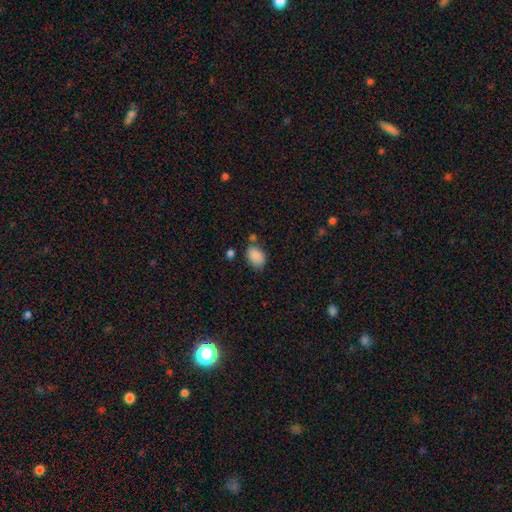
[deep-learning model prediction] smooth_or_featured: smooth (p=0.87) [alt: star or artifact p=0.08]
how_rounded: in between (p=0.85) [alt: round p=0.14]
merging: none (p=0.64) [alt: minor disturbance p=0.22]